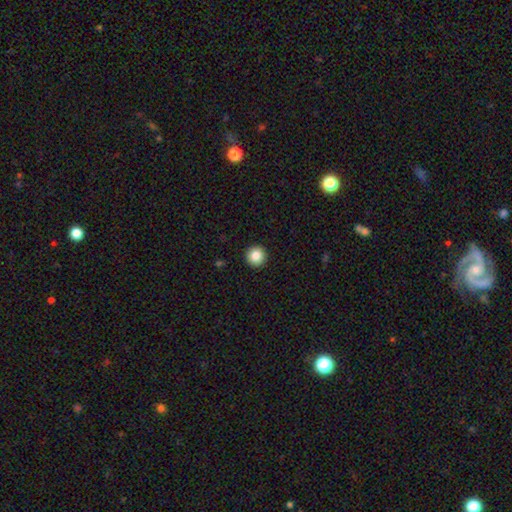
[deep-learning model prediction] Smooth or featured? Predicted: smooth (p=0.85). How rounded? Predicted: round (p=0.96). Merging? Predicted: none (p=0.94).